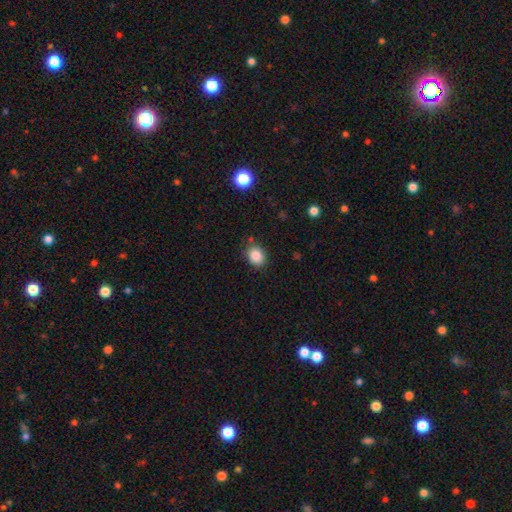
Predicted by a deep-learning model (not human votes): Overall: smooth (85%). How rounded: round (56%; in between 43%). Merging: none (80%).